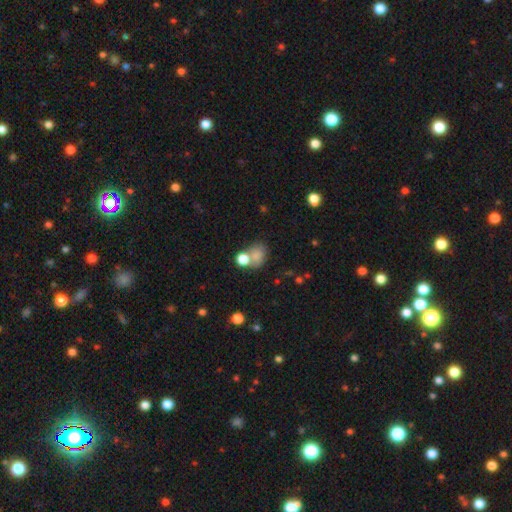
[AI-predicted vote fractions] This is likely a smooth galaxy (77%). How rounded: possibly in between (52%). Merging: marginally none (41%).